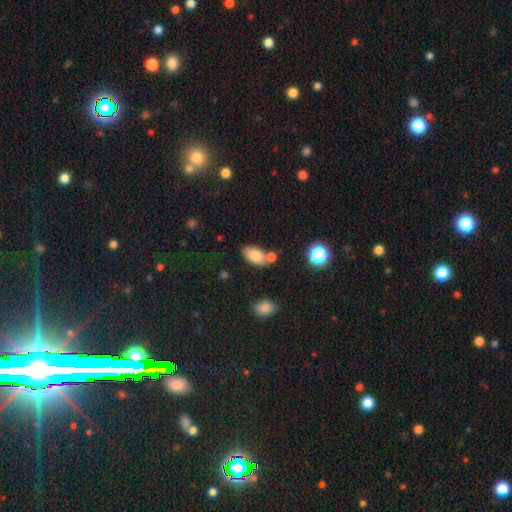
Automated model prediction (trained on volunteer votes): smooth 80%, featured or disk 11%, star or artifact 9%. Down the decision tree: how rounded — in between (92%); merging — none (62%).